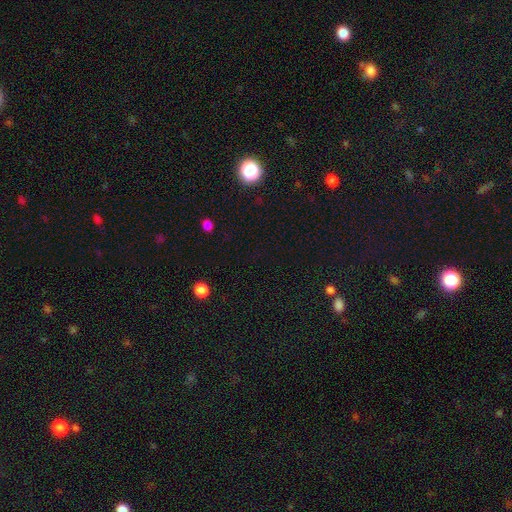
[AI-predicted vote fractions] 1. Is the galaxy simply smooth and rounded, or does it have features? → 62% star or artifact, 31% smooth, 7% featured or disk.